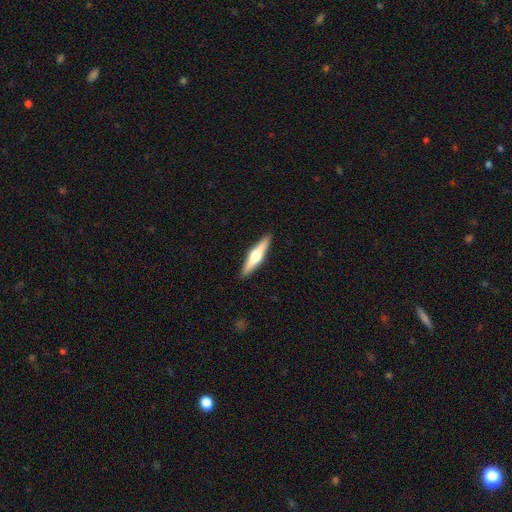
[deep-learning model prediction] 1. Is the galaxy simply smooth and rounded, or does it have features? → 62% featured or disk, 33% smooth, 5% star or artifact.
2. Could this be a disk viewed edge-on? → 97% yes, 3% no.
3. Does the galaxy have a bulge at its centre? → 94% rounded, 4% boxy, 2% none.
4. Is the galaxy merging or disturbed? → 91% none, 6% minor disturbance, 1% major disturbance, 1% merger.